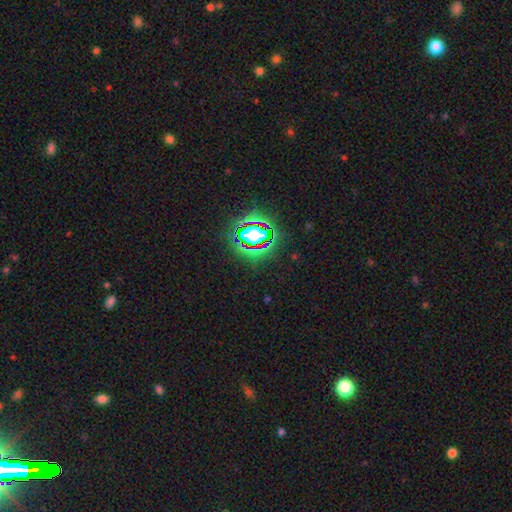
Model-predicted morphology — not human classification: Smooth or featured? Predicted: star or artifact (p=0.83).